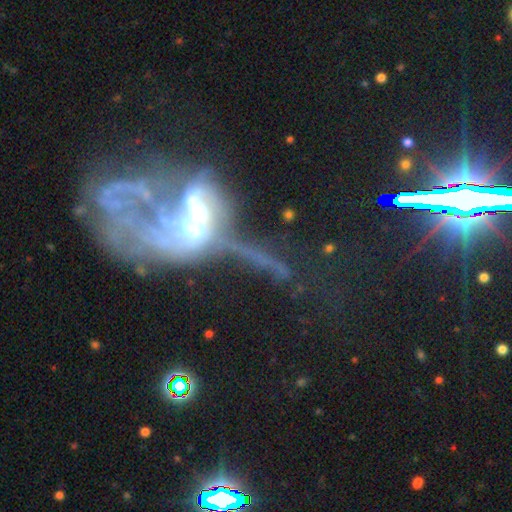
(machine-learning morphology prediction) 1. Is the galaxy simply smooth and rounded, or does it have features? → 61% featured or disk, 24% star or artifact, 16% smooth.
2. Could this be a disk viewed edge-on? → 84% no, 16% yes.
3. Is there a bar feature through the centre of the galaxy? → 75% no, 16% weak, 9% strong.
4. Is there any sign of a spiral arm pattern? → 67% no, 33% yes.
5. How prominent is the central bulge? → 47% moderate, 20% small, 14% large, 13% none, 5% dominant.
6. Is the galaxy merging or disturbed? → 49% merger, 35% major disturbance, 10% none, 7% minor disturbance.